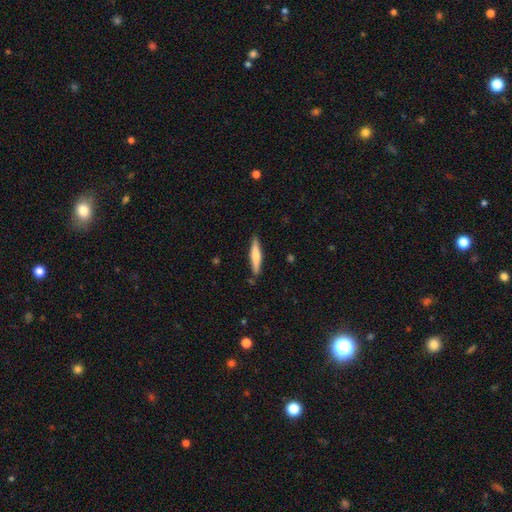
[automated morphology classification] Smooth or featured? Predicted: smooth (p=0.56). How rounded? Predicted: cigar-shaped (p=0.89). Merging? Predicted: none (p=0.86).